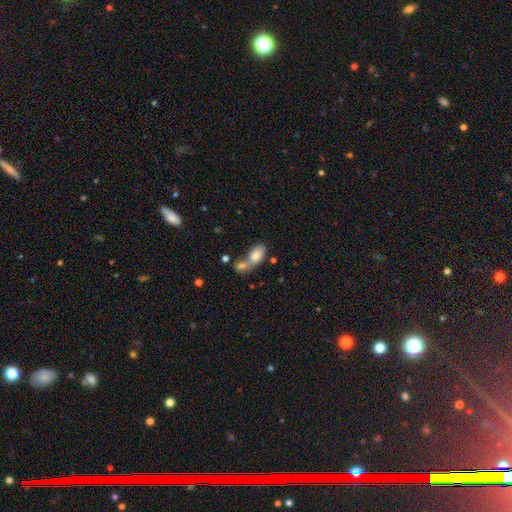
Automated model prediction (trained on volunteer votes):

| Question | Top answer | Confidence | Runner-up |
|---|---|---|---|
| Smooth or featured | smooth | 80% | featured or disk (12%) |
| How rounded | in between | 90% | round (6%) |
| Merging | merger | 61% | none (25%) |